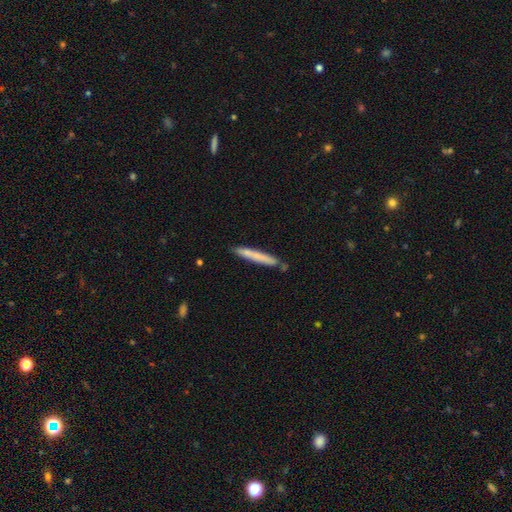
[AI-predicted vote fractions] Smooth or featured: smooth — 67% (featured or disk — 27%)
How rounded: cigar-shaped — 96% (in between — 2%)
Merging: none — 83% (minor disturbance — 12%)